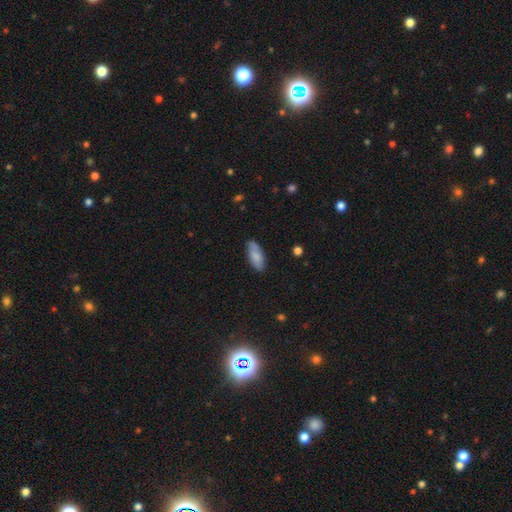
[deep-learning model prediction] smooth_or_featured: smooth (p=0.80) [alt: featured or disk p=0.14]
how_rounded: in between (p=0.80) [alt: cigar-shaped p=0.18]
merging: none (p=0.79) [alt: minor disturbance p=0.17]